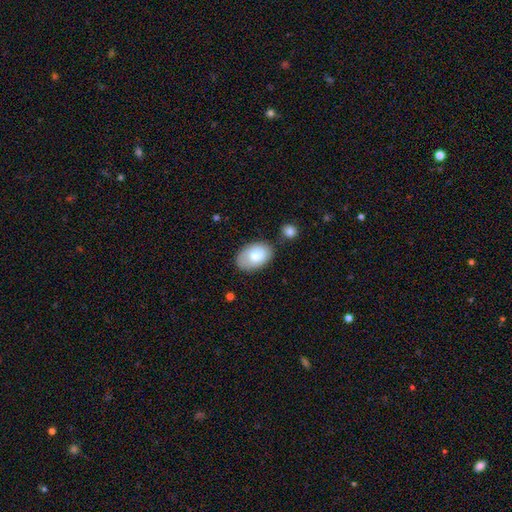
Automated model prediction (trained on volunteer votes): Smooth or featured: smooth — 73% (featured or disk — 20%)
How rounded: in between — 90% (round — 9%)
Merging: none — 73% (minor disturbance — 17%)